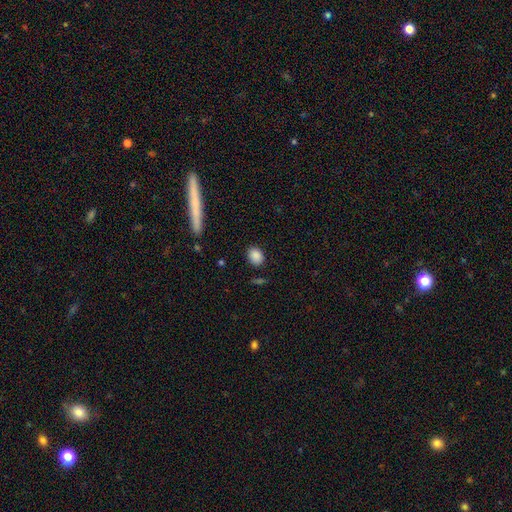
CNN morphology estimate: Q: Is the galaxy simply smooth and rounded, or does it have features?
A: smooth — 87%.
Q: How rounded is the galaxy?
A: in between — 52%.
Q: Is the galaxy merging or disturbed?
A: none — 85%.